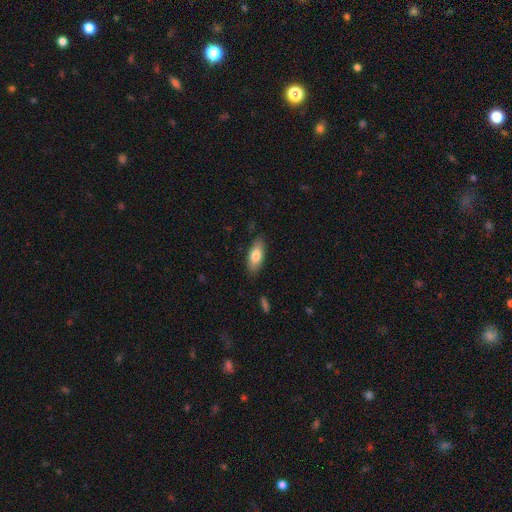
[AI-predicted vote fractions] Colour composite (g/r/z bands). It shows a smooth galaxy with no disk features (77%) that is in between round and cigar-shaped (82%). Merging: none (84%).